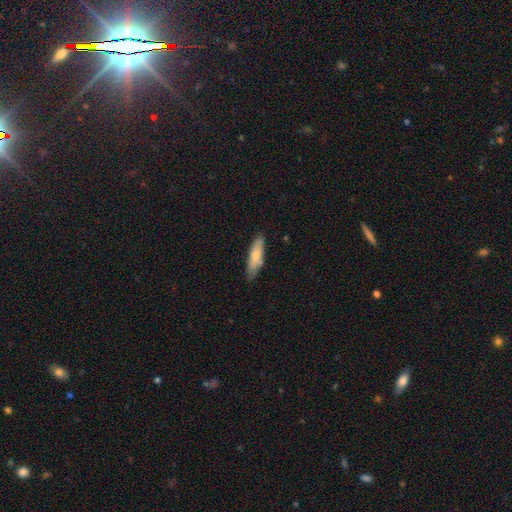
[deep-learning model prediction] Overall: smooth (73%). How rounded: cigar-shaped (61%; in between 37%). Merging: none (74%).